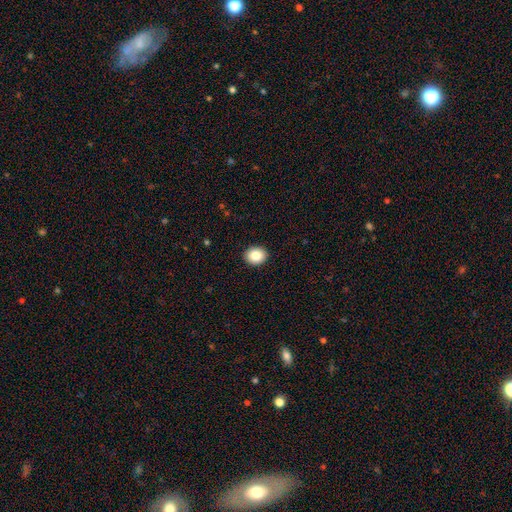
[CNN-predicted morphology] Overall: smooth (84%). How rounded: round (65%; in between 34%). Merging: none (92%).